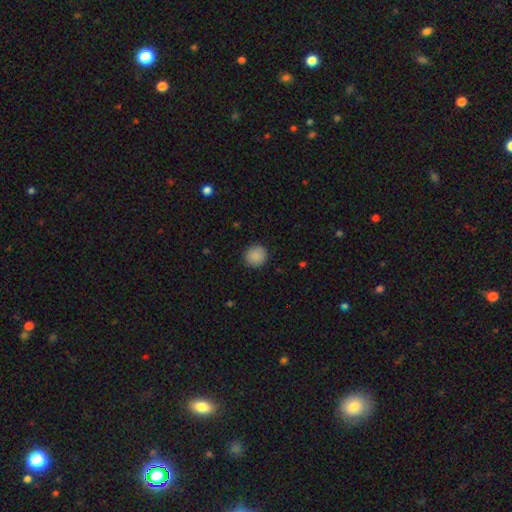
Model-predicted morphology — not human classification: This is clearly a smooth galaxy (89%). How rounded: clearly round (89%). Merging: clearly none (90%).